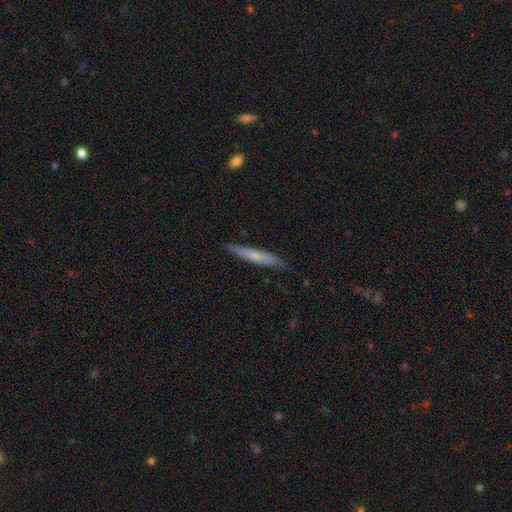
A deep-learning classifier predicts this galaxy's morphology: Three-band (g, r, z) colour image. It shows a smooth galaxy with no disk features (59%) that is cigar-shaped (94%). Merging: none (87%).